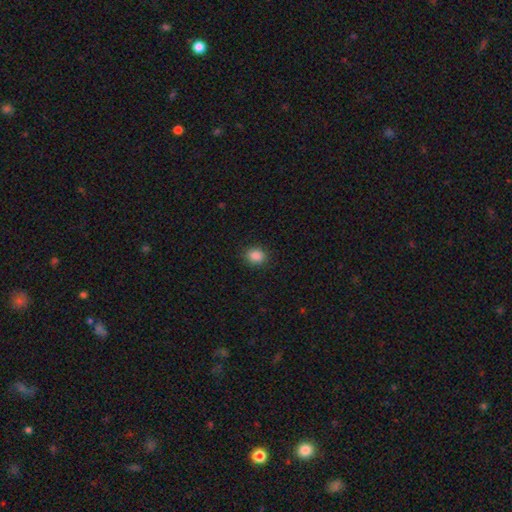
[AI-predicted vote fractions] A smooth galaxy with no disk features (87%) that is round (64%). Merging: none (90%).